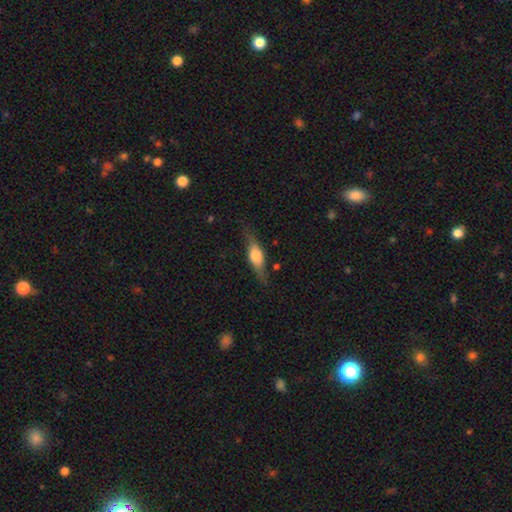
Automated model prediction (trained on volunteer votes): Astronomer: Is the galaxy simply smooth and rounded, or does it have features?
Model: smooth — 51% (runner-up: featured or disk, 43%).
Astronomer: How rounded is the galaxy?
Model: in between — 52% (runner-up: cigar-shaped, 44%).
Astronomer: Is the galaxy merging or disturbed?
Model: none — 73%.